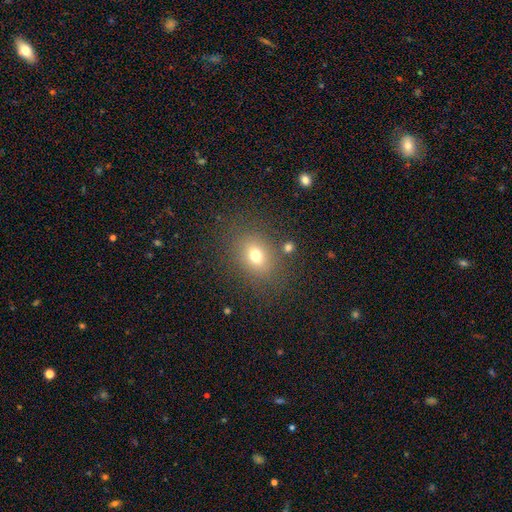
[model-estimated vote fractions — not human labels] This appears to be a smooth galaxy with no disk features (72%) that is in between round and cigar-shaped (61%). Merging: none (80%).